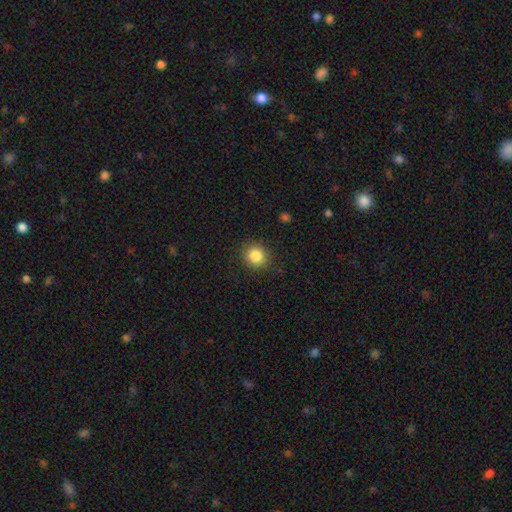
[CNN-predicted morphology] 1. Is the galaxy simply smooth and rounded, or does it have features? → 85% smooth, 10% star or artifact, 5% featured or disk.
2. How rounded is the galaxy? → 85% round, 14% in between, 1% cigar-shaped.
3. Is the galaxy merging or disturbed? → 87% none, 9% minor disturbance, 3% major disturbance, 1% merger.